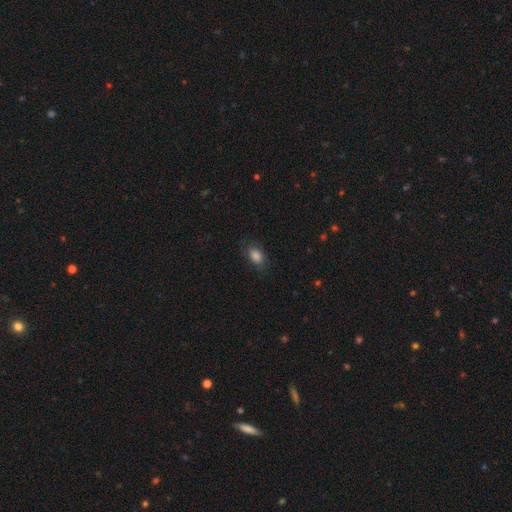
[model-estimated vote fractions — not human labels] Smooth or featured: smooth — 83% (star or artifact — 9%)
How rounded: in between — 85% (round — 12%)
Merging: none — 77% (minor disturbance — 16%)